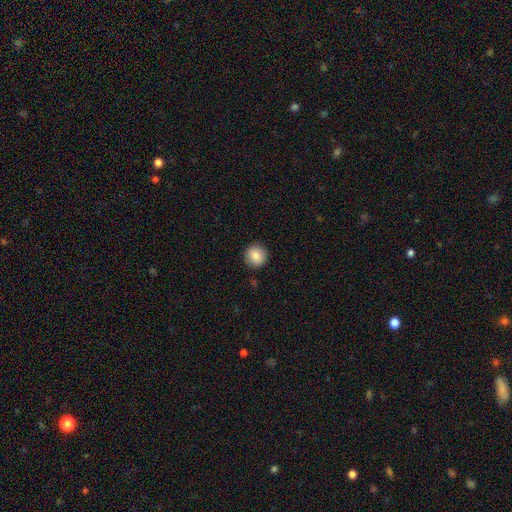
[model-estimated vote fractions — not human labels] A smooth galaxy with no disk features (86%) that is round (92%).

Vote fractions:
- Smooth or featured? smooth: 86% / star or artifact: 8% / featured or disk: 6%
- How rounded? round: 92% / in between: 7% / cigar-shaped: 1%
- Merging? none: 91% / minor disturbance: 6% / major disturbance: 2% / merger: 1%